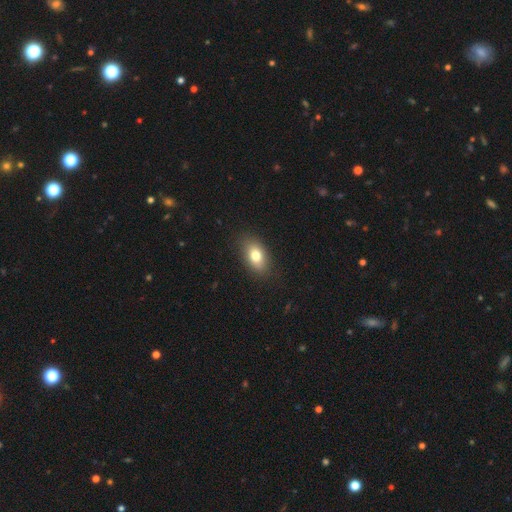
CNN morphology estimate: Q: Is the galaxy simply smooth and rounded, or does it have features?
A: smooth — 78%.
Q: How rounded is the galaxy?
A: in between — 86%.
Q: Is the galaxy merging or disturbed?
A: none — 85%.